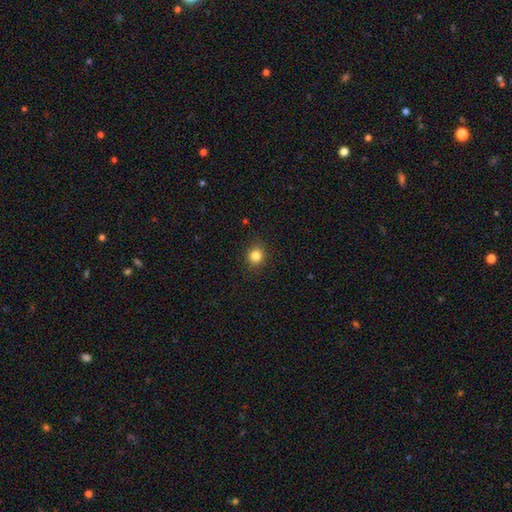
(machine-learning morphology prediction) This appears to be a smooth galaxy with no disk features (83%) that is round (84%). Merging: none (90%).